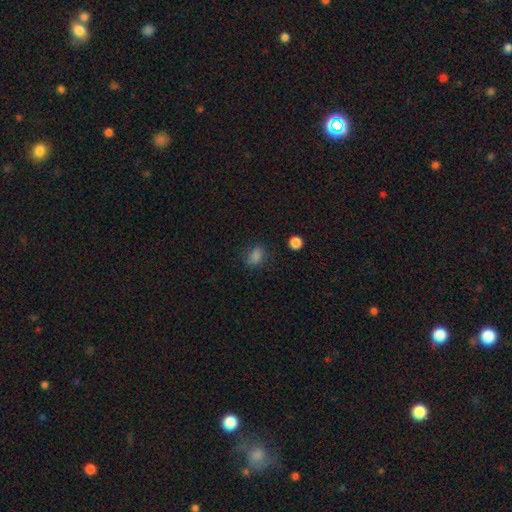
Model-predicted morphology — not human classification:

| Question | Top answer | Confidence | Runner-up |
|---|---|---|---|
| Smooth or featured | smooth | 80% | star or artifact (15%) |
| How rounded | in between | 72% | round (26%) |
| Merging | none | 73% | minor disturbance (18%) |